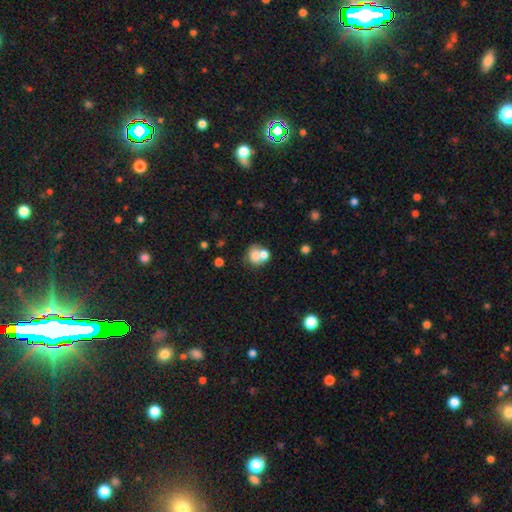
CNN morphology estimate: The model was most divided on "merging": merger: 46%, none: 36%, minor disturbance: 11%, major disturbance: 6%. More confident: smooth or featured — smooth (72%); how rounded — round (66%).